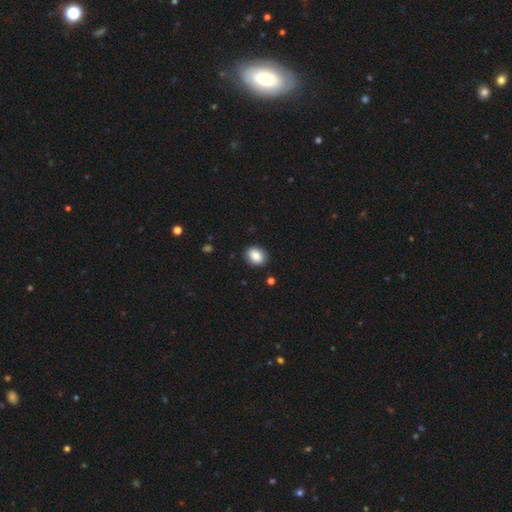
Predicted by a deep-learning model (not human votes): Morphology: type=smooth (84%); roundness=in between (56%); merging=none (90%).